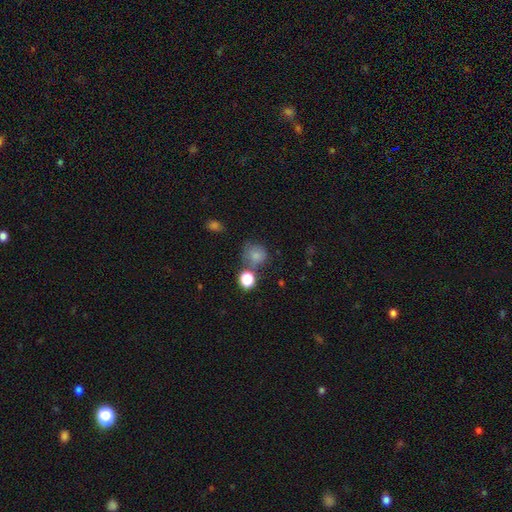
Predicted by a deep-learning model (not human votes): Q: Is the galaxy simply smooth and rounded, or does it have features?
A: smooth — 77%.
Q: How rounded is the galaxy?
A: round — 79%.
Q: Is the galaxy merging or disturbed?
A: none — 55%.